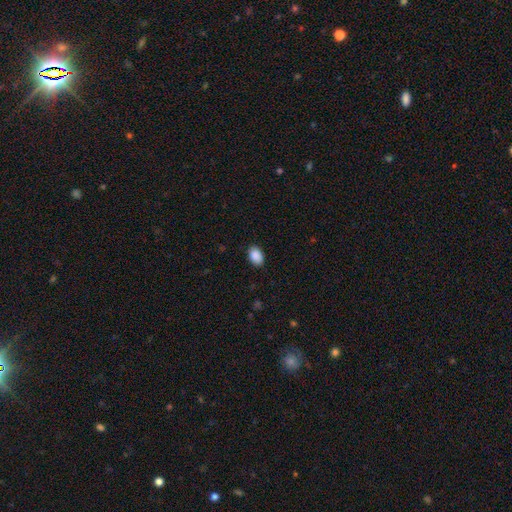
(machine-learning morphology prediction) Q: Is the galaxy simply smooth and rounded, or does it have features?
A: smooth — 90%.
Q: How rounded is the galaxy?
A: in between — 86%.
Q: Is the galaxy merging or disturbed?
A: none — 87%.